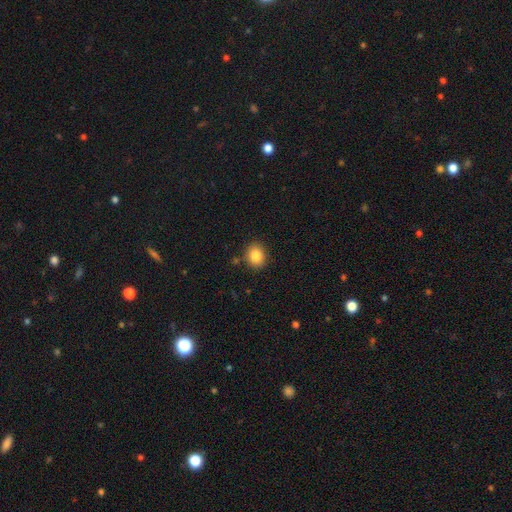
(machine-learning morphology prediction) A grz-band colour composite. It shows a smooth galaxy with no disk features (85%) that is round (59%). Merging: none (85%).